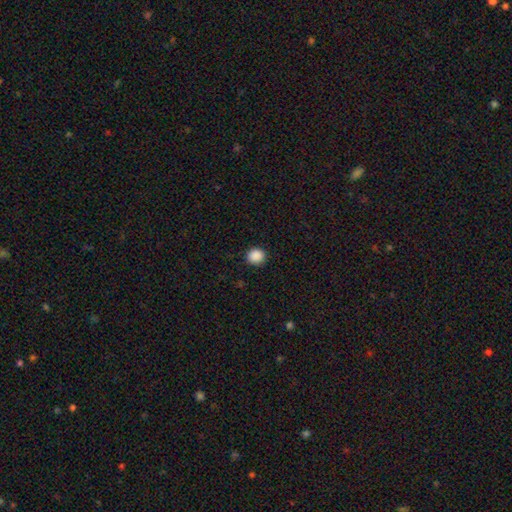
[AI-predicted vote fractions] Smooth or featured? smooth (89%)
How rounded? round (87%)
Merging? none (91%)